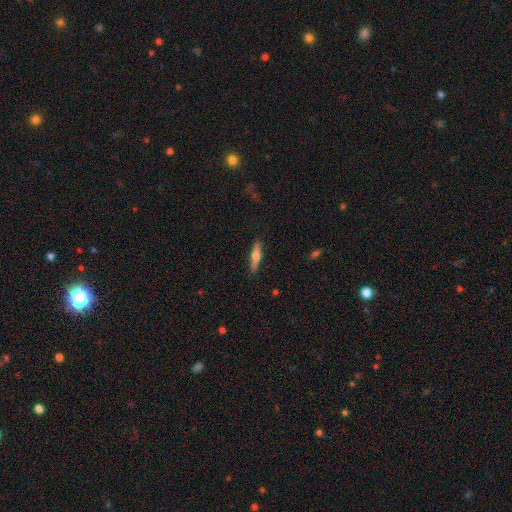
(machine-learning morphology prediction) A smooth galaxy with no disk features (48%). Merging: none (90%).